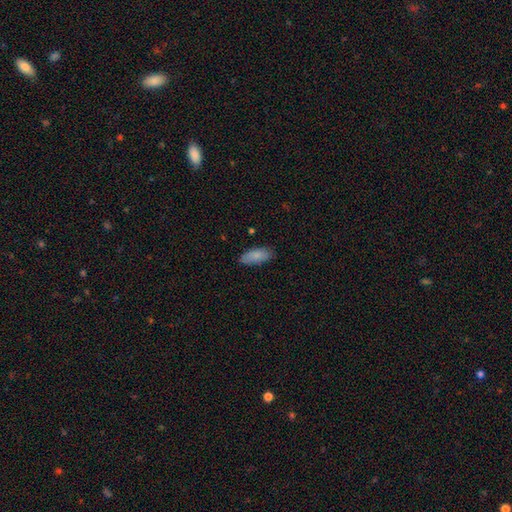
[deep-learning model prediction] Smooth or featured: smooth — 85% (featured or disk — 9%)
How rounded: in between — 86% (cigar-shaped — 12%)
Merging: none — 82% (minor disturbance — 14%)